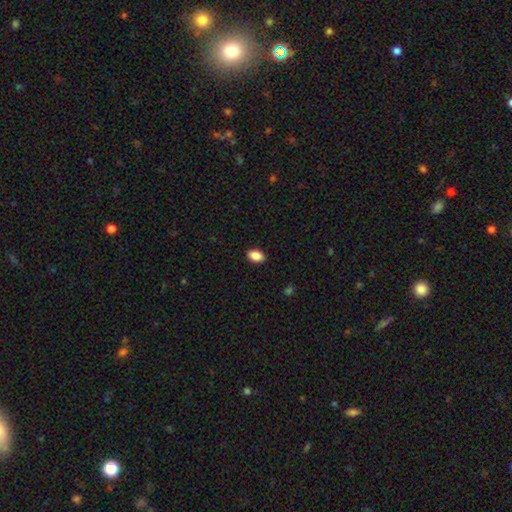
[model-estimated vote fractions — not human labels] Morphology: type=smooth (88%); roundness=in between (86%); merging=none (89%).